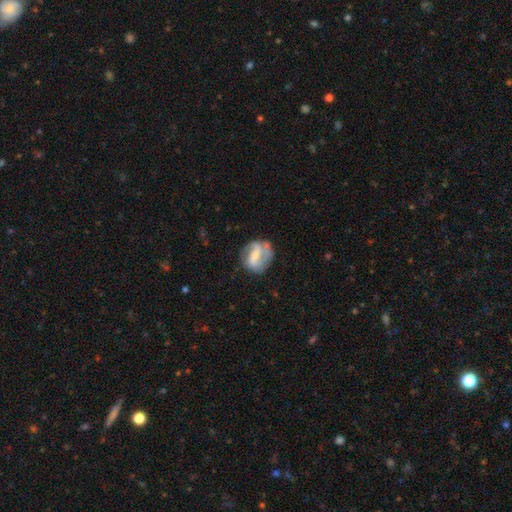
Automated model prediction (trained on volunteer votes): Smooth or featured: featured or disk — 65% (smooth — 28%)
Edge-on disk: no — 97% (yes — 3%)
Bar: weak — 44% (strong — 30%)
Spiral arms: yes — 81% (no — 19%)
Spiral winding: medium — 42% (loose — 32%)
Spiral arm count: 2 — 64% (can't tell — 15%)
Bulge size: moderate — 34% (small — 33%)
Merging: none — 59% (minor disturbance — 23%)